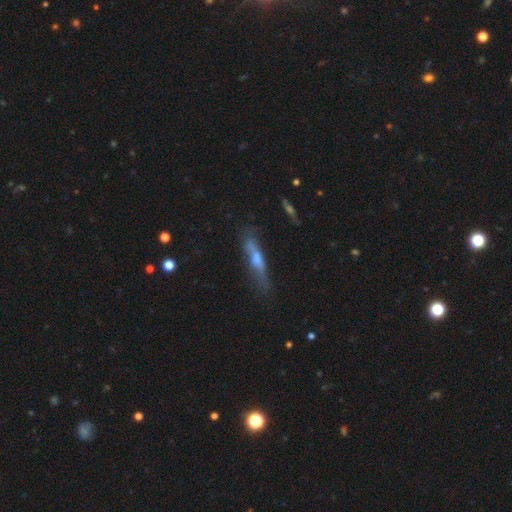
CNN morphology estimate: This appears to be a featured or disk galaxy (52%) viewed edge-on (76%). Merging: none (65%).